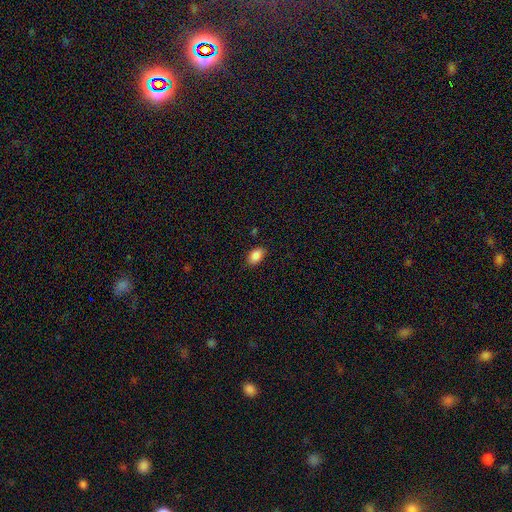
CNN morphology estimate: smooth_or_featured: smooth (p=0.88) [alt: star or artifact p=0.08]
how_rounded: in between (p=0.90) [alt: round p=0.09]
merging: none (p=0.84) [alt: minor disturbance p=0.12]